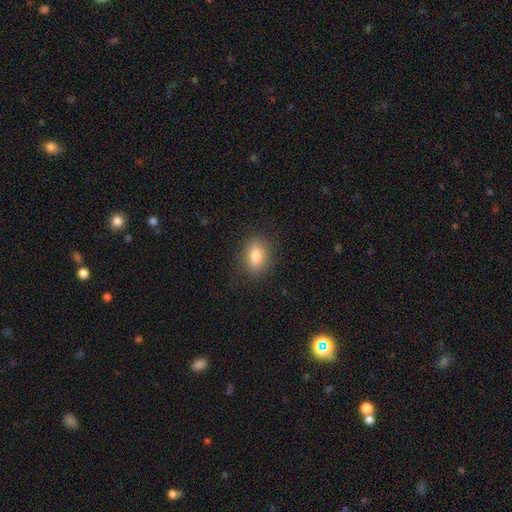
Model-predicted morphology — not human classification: Smooth or featured? smooth (80%)
How rounded? in between (78%)
Merging? none (86%)